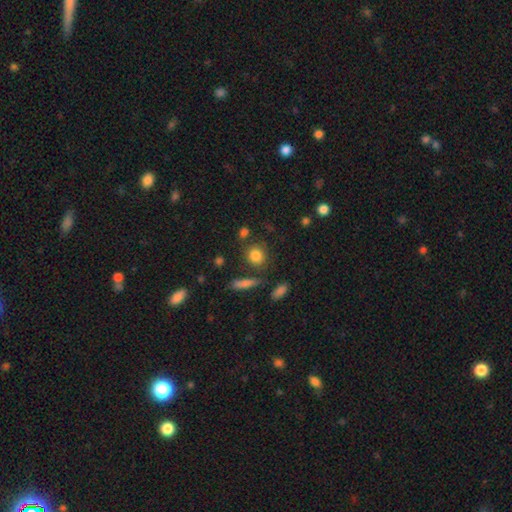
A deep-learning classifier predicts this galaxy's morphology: A smooth galaxy with no disk features (82%) that is round (76%). Merging: none (77%).